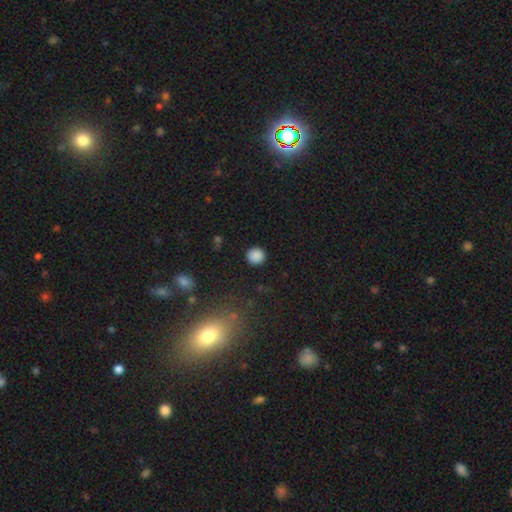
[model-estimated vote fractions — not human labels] Q: Smooth or featured?
A: smooth (86%); runner-up: star or artifact (11%)
Q: How rounded?
A: round (90%); runner-up: in between (9%)
Q: Merging?
A: none (90%); runner-up: minor disturbance (6%)